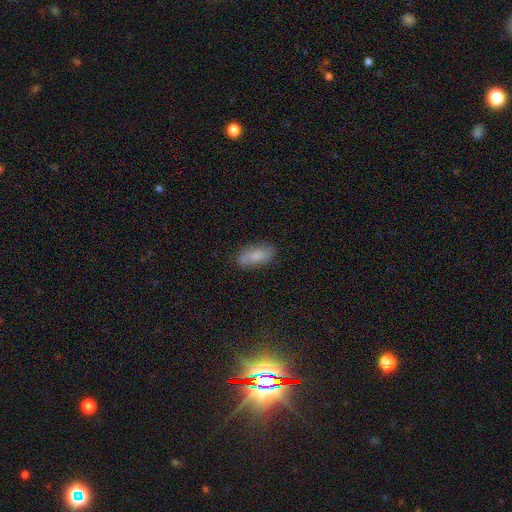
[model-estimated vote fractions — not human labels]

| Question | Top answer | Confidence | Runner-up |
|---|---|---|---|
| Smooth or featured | smooth | 69% | featured or disk (23%) |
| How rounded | in between | 82% | cigar-shaped (15%) |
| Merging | none | 78% | minor disturbance (17%) |